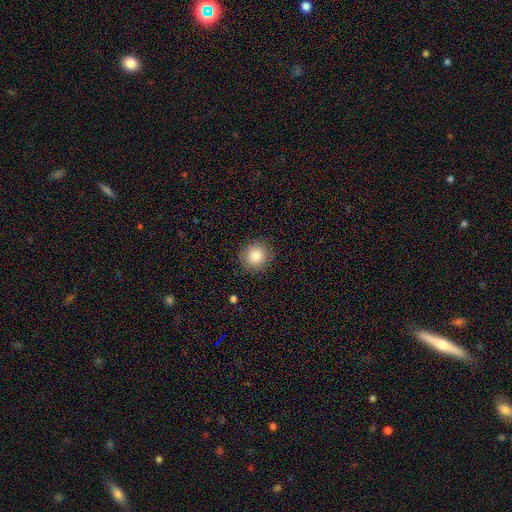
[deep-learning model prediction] smooth-or-featured: smooth: 84% | star or artifact: 9% | featured or disk: 7%
  how-rounded: round: 91% | in between: 8% | cigar-shaped: 1%
  merging: none: 89% | minor disturbance: 8% | major disturbance: 2% | merger: 1%